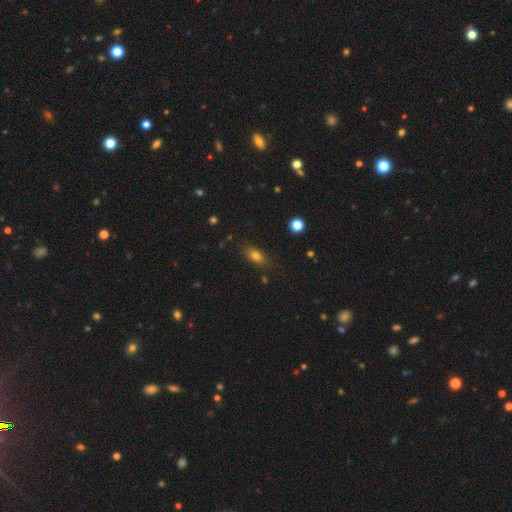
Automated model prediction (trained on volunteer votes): This appears to be a smooth galaxy with no disk features (76%) that is in between round and cigar-shaped (78%). Merging: none (79%).